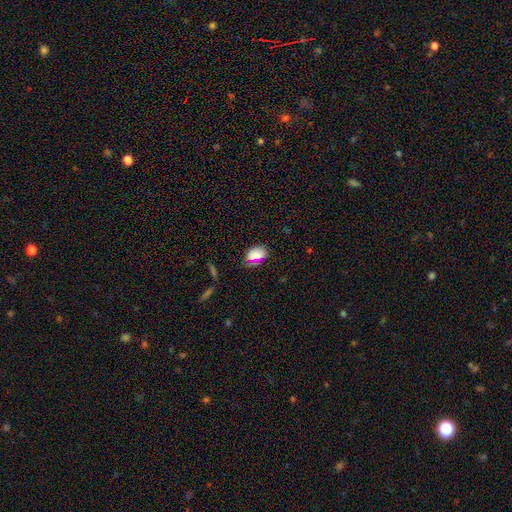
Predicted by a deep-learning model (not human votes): smooth-or-featured: smooth: 76% | star or artifact: 16% | featured or disk: 8%
  how-rounded: in between: 88% | round: 10% | cigar-shaped: 2%
  merging: none: 72% | minor disturbance: 20% | major disturbance: 5% | merger: 3%